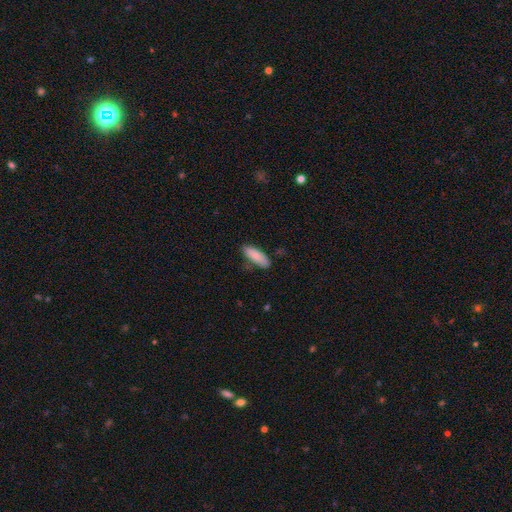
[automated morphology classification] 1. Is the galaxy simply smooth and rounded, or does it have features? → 85% smooth, 9% featured or disk, 6% star or artifact.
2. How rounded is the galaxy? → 67% in between, 32% cigar-shaped, 2% round.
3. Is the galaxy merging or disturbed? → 76% none, 18% minor disturbance, 3% major disturbance, 3% merger.